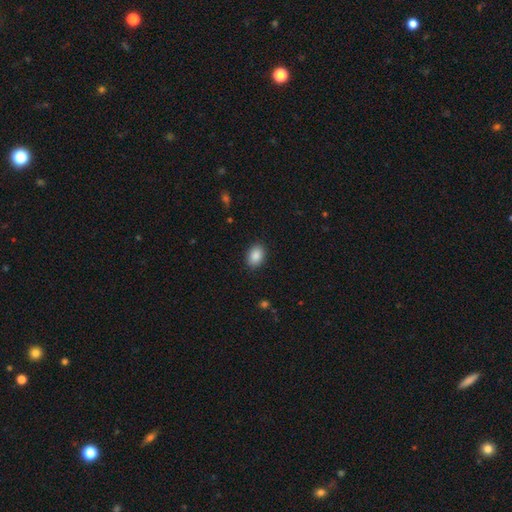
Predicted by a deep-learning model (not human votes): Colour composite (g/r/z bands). It shows a smooth galaxy with no disk features (88%) that is in between round and cigar-shaped (80%). Merging: none (89%).